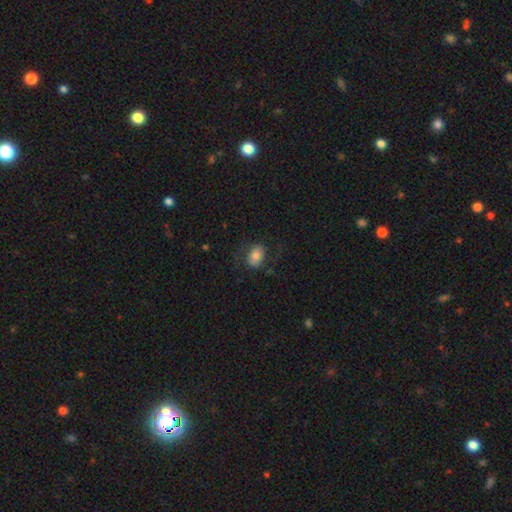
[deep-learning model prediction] Overall: smooth (64%; featured or disk 27%). How rounded: in between (76%). Merging: none (66%).